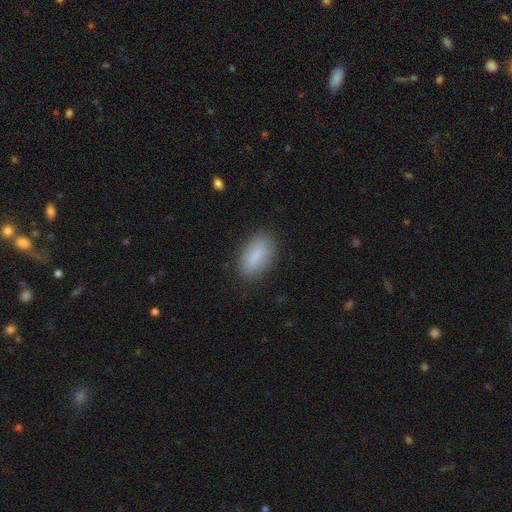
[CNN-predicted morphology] smooth-or-featured: smooth: 79% | featured or disk: 14% | star or artifact: 8%
  how-rounded: in between: 88% | cigar-shaped: 8% | round: 4%
  merging: none: 82% | minor disturbance: 13% | major disturbance: 3% | merger: 1%